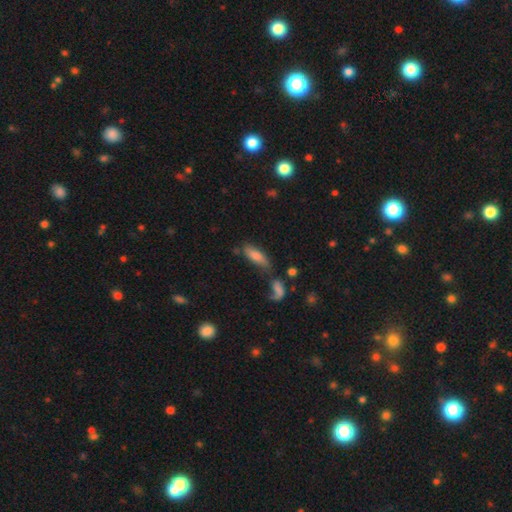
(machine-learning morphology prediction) Overall: smooth (70%). How rounded: in between (64%; cigar-shaped 33%). Merging: none (52%; merger 19%).